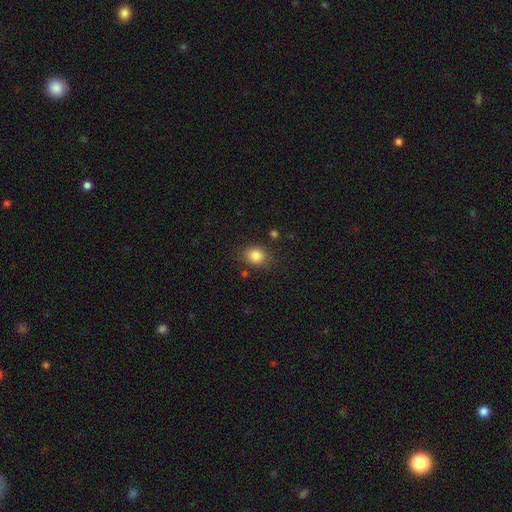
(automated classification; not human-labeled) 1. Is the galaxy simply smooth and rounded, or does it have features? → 84% smooth, 10% star or artifact, 6% featured or disk.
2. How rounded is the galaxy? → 61% round, 38% in between, 1% cigar-shaped.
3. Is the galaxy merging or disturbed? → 81% none, 12% minor disturbance, 4% major disturbance, 3% merger.